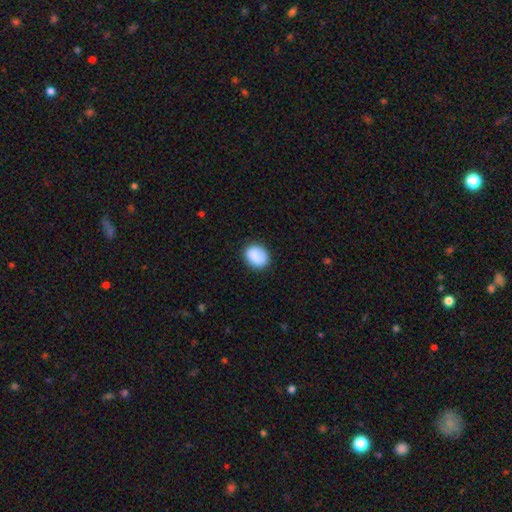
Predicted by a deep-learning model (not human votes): smooth 86%, featured or disk 7%, star or artifact 7%. Down the decision tree: how rounded — round (53%); merging — none (79%).